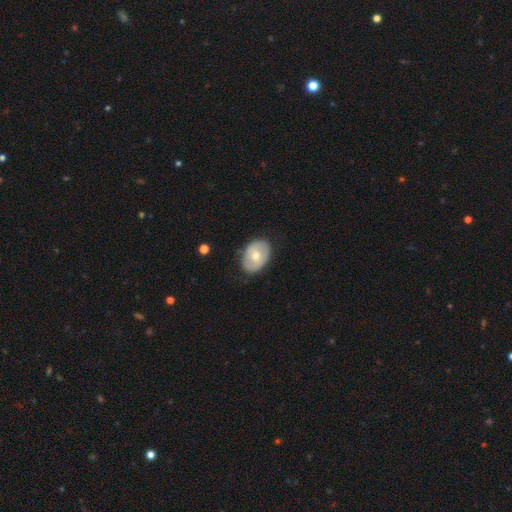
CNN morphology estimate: The model was most divided on "smooth or featured": smooth: 58%, featured or disk: 36%, star or artifact: 6%. More confident: merging — none (80%); how rounded — in between (75%).